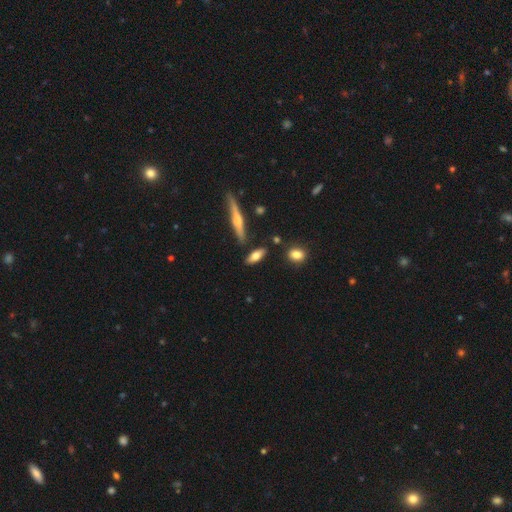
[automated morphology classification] Overall: smooth (69%). How rounded: in between (65%; cigar-shaped 32%). Merging: none (79%).